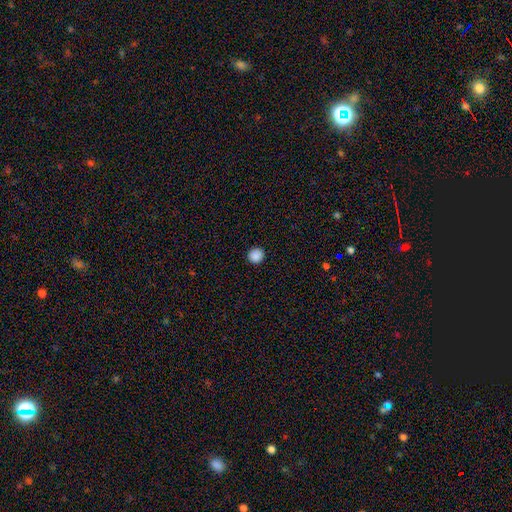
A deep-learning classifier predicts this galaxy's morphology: Smooth or featured? smooth (88%)
How rounded? round (94%)
Merging? none (93%)